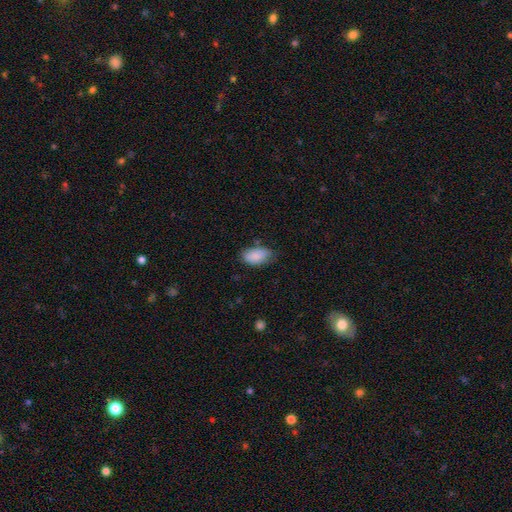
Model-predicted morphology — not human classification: Smooth or featured? Predicted: smooth (p=0.87). How rounded? Predicted: in between (p=0.93). Merging? Predicted: none (p=0.63).